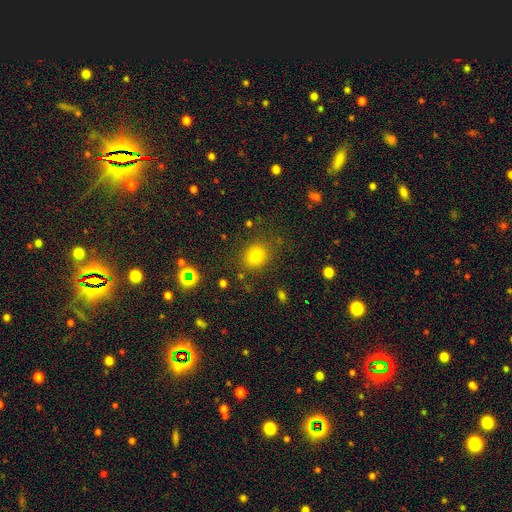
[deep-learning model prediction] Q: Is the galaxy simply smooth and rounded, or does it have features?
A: smooth — 78%.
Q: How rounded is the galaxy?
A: round — 68%.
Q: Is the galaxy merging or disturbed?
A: none — 82%.